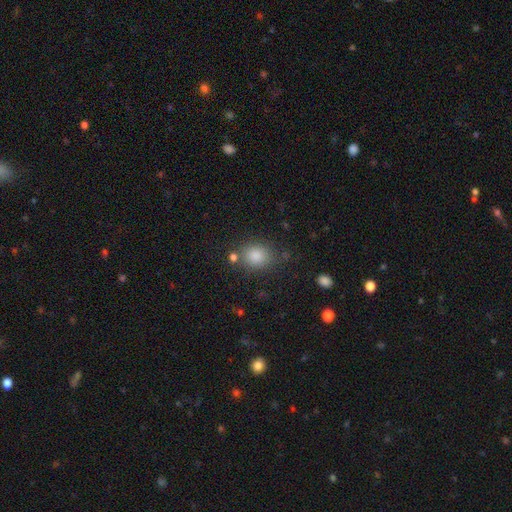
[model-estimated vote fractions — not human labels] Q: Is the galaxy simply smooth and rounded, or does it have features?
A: smooth — 85%.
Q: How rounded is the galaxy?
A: round — 60%.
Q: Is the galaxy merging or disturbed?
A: none — 73%.